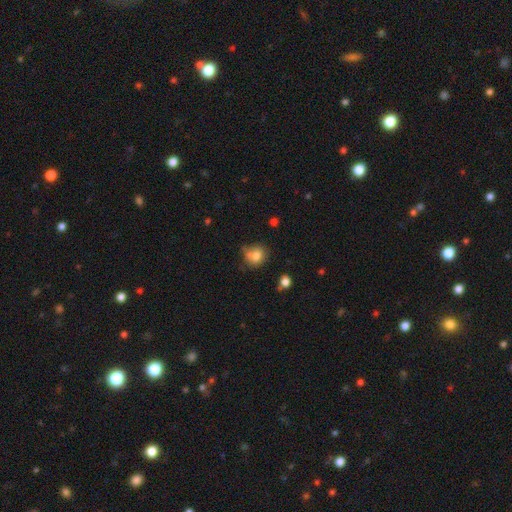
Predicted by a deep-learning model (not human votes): A smooth galaxy with no disk features (77%) that is round (68%).

Vote fractions:
- Smooth or featured? smooth: 77% / featured or disk: 11% / star or artifact: 11%
- How rounded? round: 68% / in between: 32% / cigar-shaped: 1%
- Merging? none: 59% / minor disturbance: 23% / merger: 12% / major disturbance: 7%